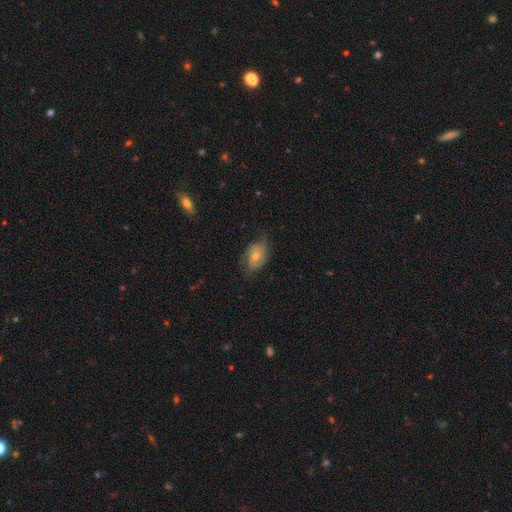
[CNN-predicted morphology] Smooth or featured: featured or disk — 65% (smooth — 26%)
Edge-on disk: no — 95% (yes — 5%)
Bar: no — 70% (weak — 25%)
Spiral arms: yes — 87% (no — 13%)
Spiral winding: medium — 42% (tight — 35%)
Spiral arm count: 2 — 64% (can't tell — 20%)
Bulge size: moderate — 59% (small — 35%)
Merging: none — 65% (minor disturbance — 24%)